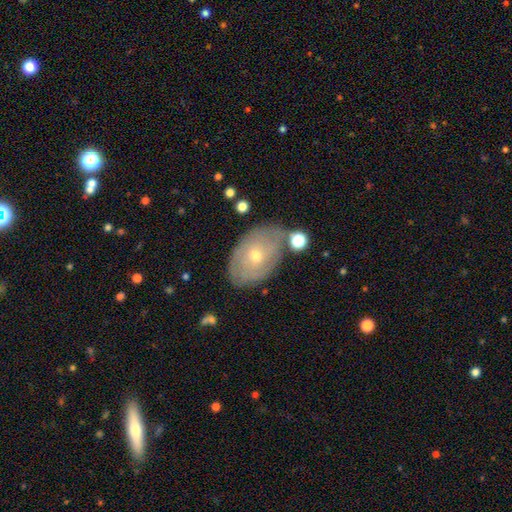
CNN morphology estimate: Smooth or featured?
  - featured or disk: 59% *
  - smooth: 34%
  - star or artifact: 7%
Edge-on disk?
  - no: 93% *
  - yes: 7%
Bar?
  - no: 83% *
  - weak: 14%
  - strong: 3%
Spiral arms?
  - yes: 61% *
  - no: 39%
Bulge size?
  - small: 59% *
  - moderate: 38%
  - large: 1%
  - none: 1%
  - dominant: 1%
Merging?
  - none: 68% *
  - minor disturbance: 20%
  - merger: 6%
  - major disturbance: 6%